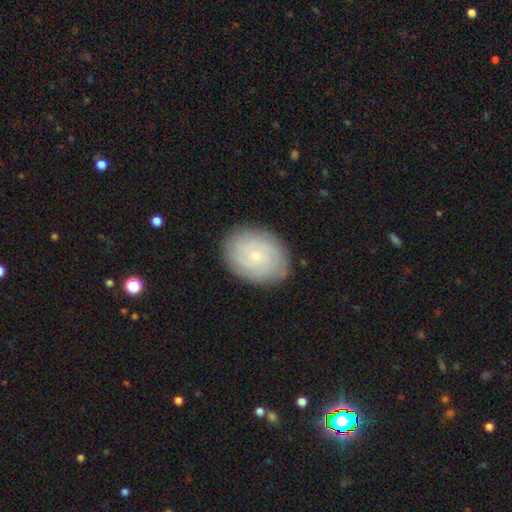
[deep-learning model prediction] Morphology: type=featured or disk (55%); edge-on=no (97%); bar=no (83%); spiral arms=yes (88%); bulge=small (81%); merging=none (85%).